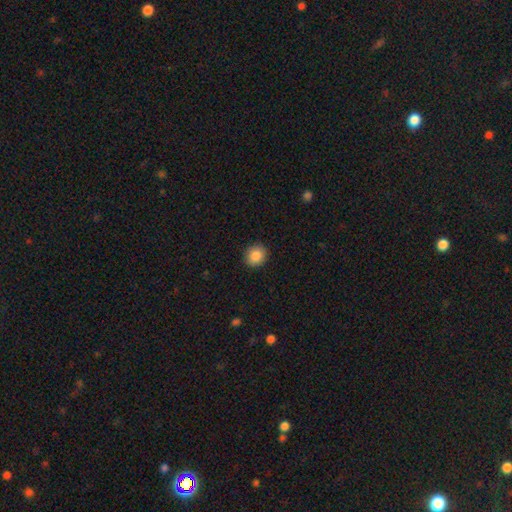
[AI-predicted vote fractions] This is clearly a smooth galaxy (87%). How rounded: likely round (78%). Merging: clearly none (90%).